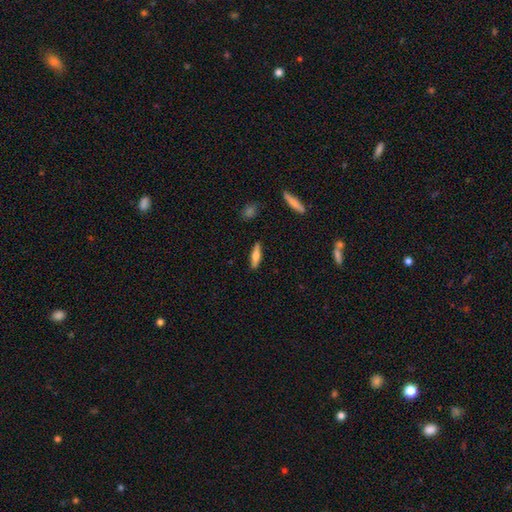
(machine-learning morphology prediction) Overall: smooth (55%; featured or disk 38%). How rounded: cigar-shaped (68%; in between 29%). Merging: none (88%).